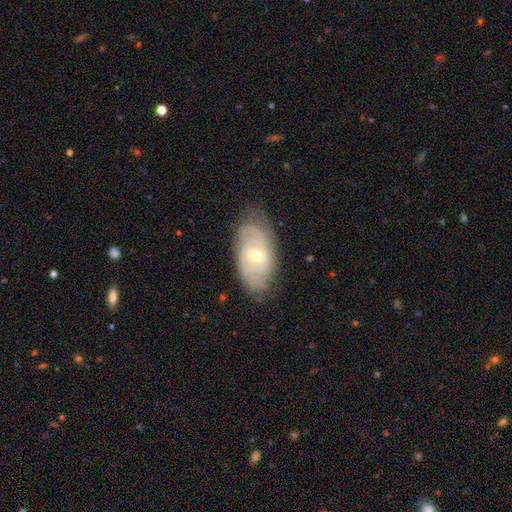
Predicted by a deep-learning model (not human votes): Overall: featured or disk (78%). Edge-on disk: no (94%). Bar: weak (49%; no 38%). Spiral arms: yes (91%). Spiral arm count: 2 (43%; can't tell 34%). Spiral winding: tight (55%; medium 34%). Bulge size: small (60%; moderate 38%). Merging: none (78%).